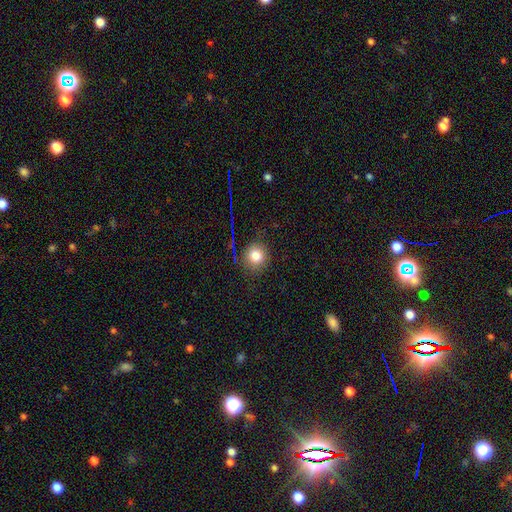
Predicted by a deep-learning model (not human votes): Smooth or featured: smooth — 80% (star or artifact — 13%)
How rounded: round — 89% (in between — 10%)
Merging: none — 83% (minor disturbance — 12%)